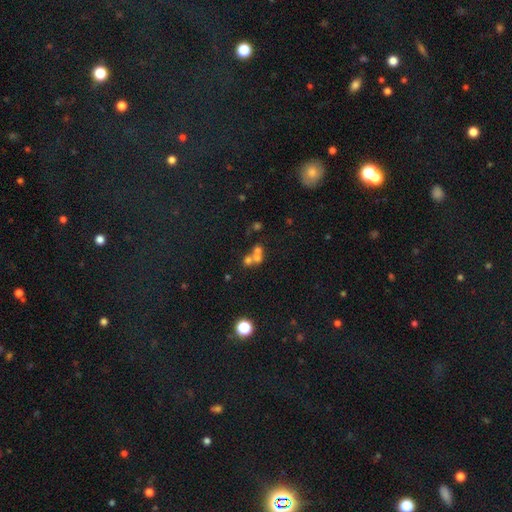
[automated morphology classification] type=smooth (53%); roundness=round (74%); merging=merger (60%).